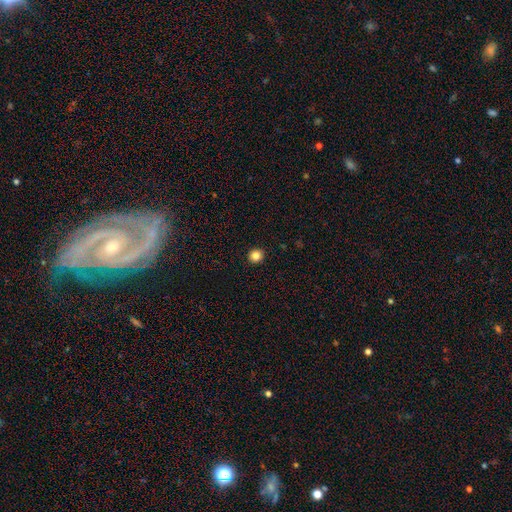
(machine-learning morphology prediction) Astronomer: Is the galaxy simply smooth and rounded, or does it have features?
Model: smooth — 84%.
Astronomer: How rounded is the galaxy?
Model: round — 90%.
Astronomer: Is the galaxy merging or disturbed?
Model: none — 93%.